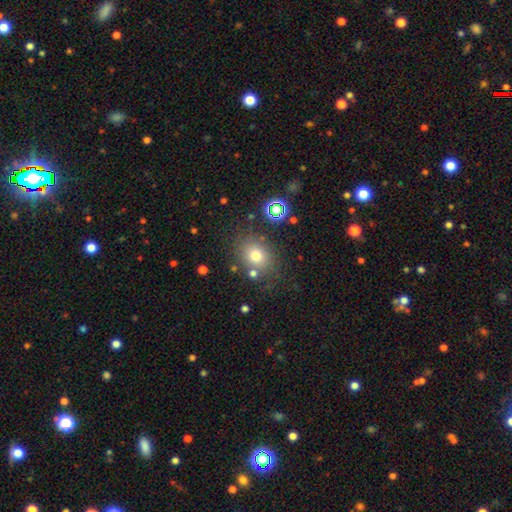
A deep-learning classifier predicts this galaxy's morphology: This appears to be a smooth galaxy with no disk features (72%) that is round (60%). Merging: none (75%).